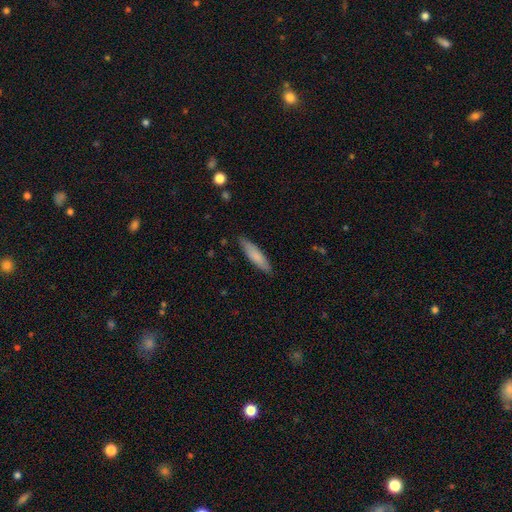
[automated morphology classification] smooth_or_featured: smooth (p=0.79) [alt: featured or disk p=0.15]
how_rounded: cigar-shaped (p=0.77) [alt: in between p=0.22]
merging: none (p=0.85) [alt: minor disturbance p=0.11]